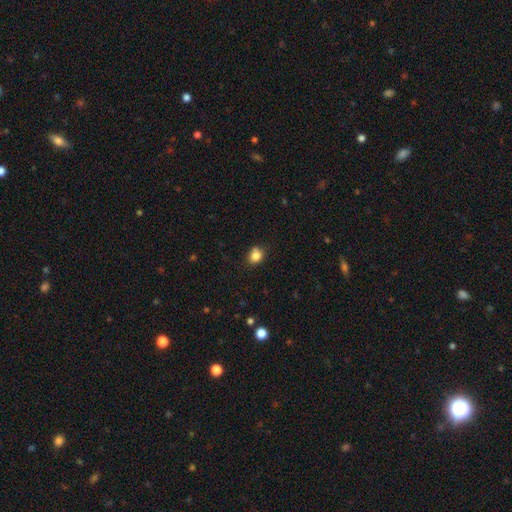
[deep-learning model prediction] Overall: smooth (84%). How rounded: round (60%; in between 39%). Merging: none (79%).